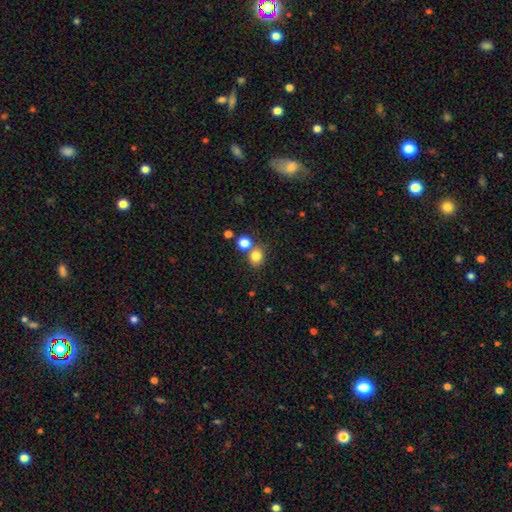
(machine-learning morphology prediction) smooth_or_featured: smooth (p=0.81) [alt: star or artifact p=0.13]
how_rounded: round (p=0.76) [alt: in between p=0.23]
merging: none (p=0.62) [alt: merger p=0.27]